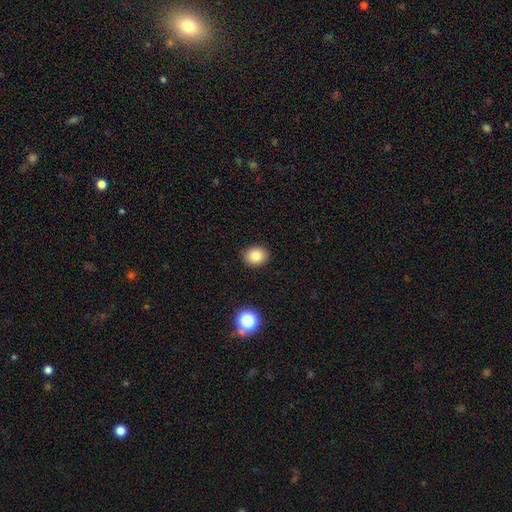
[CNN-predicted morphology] Smooth or featured? Predicted: smooth (p=0.82). How rounded? Predicted: round (p=0.73). Merging? Predicted: none (p=0.91).